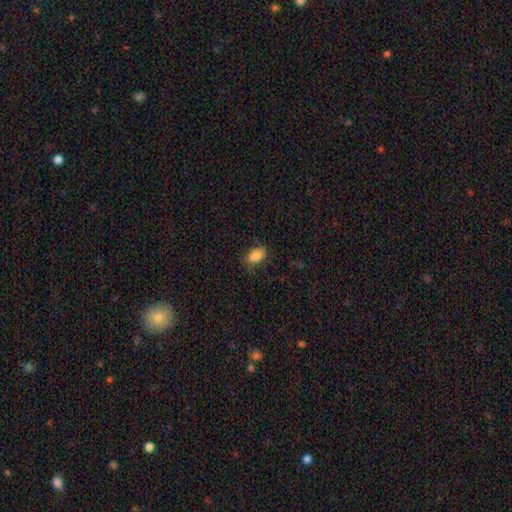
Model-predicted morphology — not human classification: Smooth or featured: smooth — 86% (star or artifact — 8%)
How rounded: in between — 88% (round — 9%)
Merging: none — 78% (minor disturbance — 16%)